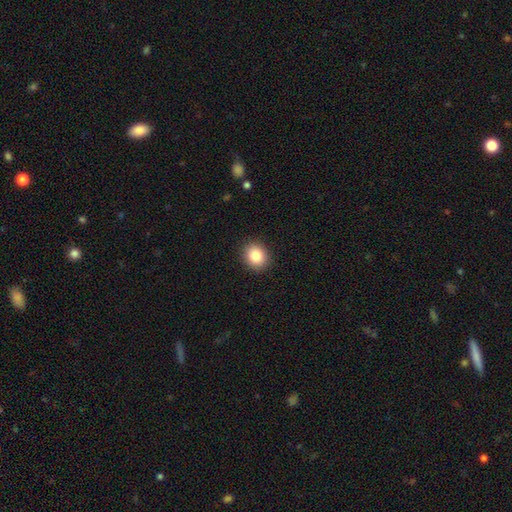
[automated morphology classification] type=smooth (84%); roundness=round (69%); merging=none (91%).